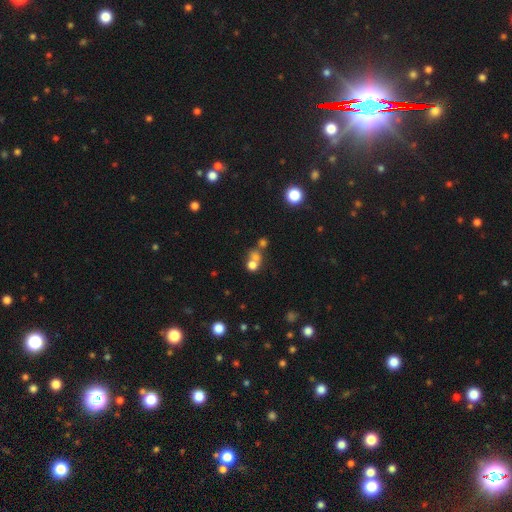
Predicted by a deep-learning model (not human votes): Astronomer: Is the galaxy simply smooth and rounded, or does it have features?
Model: smooth — 62%.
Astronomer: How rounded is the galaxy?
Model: round — 75%.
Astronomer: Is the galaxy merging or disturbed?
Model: merger — 52% (runner-up: none, 36%).